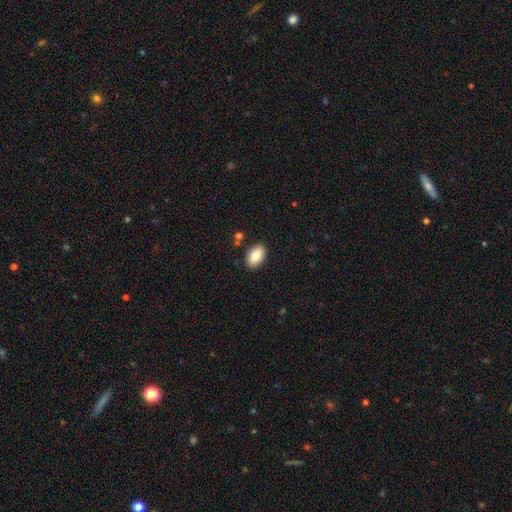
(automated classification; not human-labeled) Smooth or featured? Predicted: smooth (p=0.83). How rounded? Predicted: in between (p=0.91). Merging? Predicted: none (p=0.87).